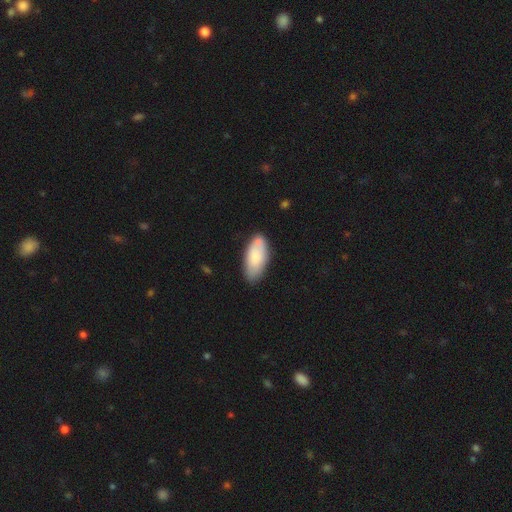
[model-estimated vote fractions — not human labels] A smooth galaxy with no disk features (75%) that is in between round and cigar-shaped (89%).

Vote fractions:
- Smooth or featured? smooth: 75% / featured or disk: 19% / star or artifact: 6%
- How rounded? in between: 89% / cigar-shaped: 9% / round: 2%
- Merging? none: 73% / minor disturbance: 19% / merger: 5% / major disturbance: 4%